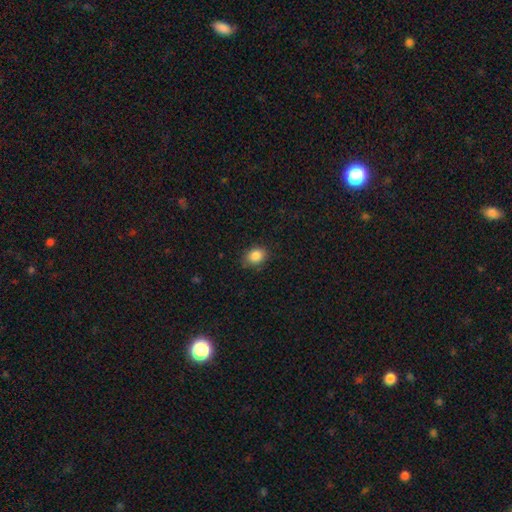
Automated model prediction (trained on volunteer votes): A smooth galaxy with no disk features (86%) that is in between round and cigar-shaped (56%). Merging: none (82%).